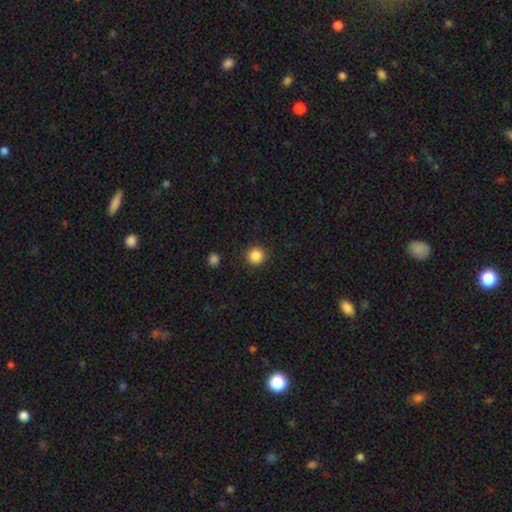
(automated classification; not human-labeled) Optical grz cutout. It shows a smooth galaxy with no disk features (86%) that is round (95%). Merging: none (91%).